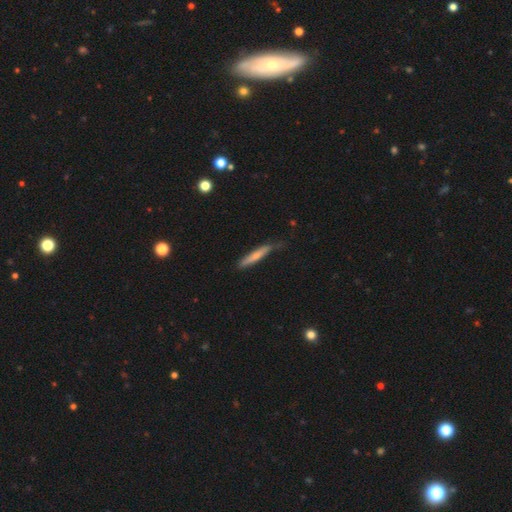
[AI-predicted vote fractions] smooth 67%, featured or disk 27%, star or artifact 5%. Down the decision tree: how rounded — cigar-shaped (92%); merging — none (68%).